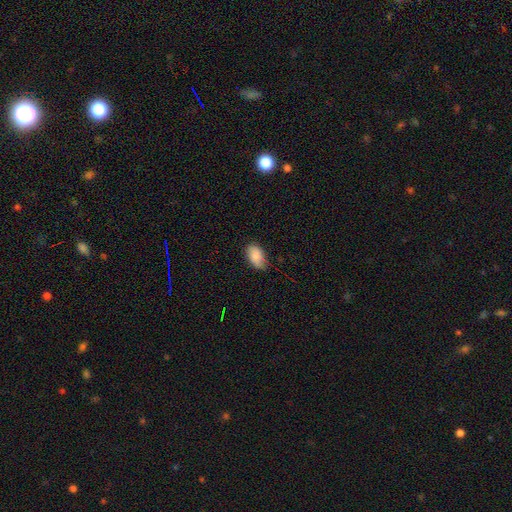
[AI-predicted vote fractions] This appears to be a smooth galaxy with no disk features (84%) that is in between round and cigar-shaped (93%). Merging: none (66%).